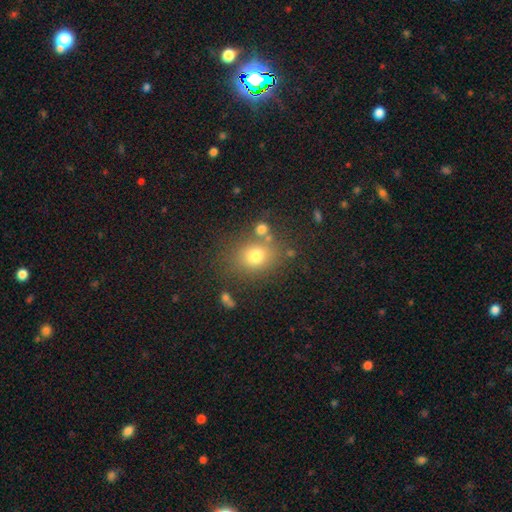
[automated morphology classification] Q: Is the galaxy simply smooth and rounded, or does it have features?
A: smooth — 73%.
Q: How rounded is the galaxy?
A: round — 62%.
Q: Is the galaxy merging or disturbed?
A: none — 72%.